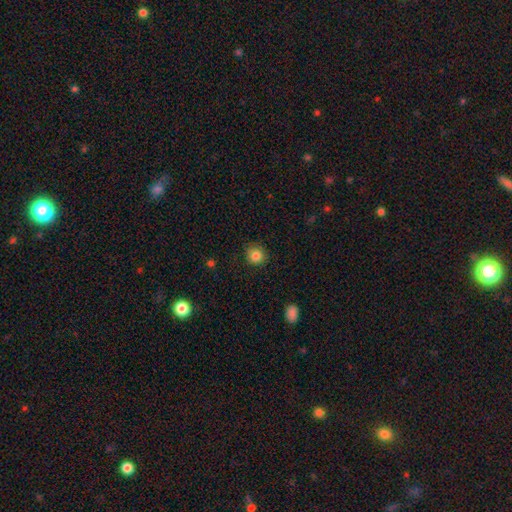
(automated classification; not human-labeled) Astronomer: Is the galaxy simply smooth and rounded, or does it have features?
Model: smooth — 84%.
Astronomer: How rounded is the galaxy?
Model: round — 90%.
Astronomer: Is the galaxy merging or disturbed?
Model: none — 87%.